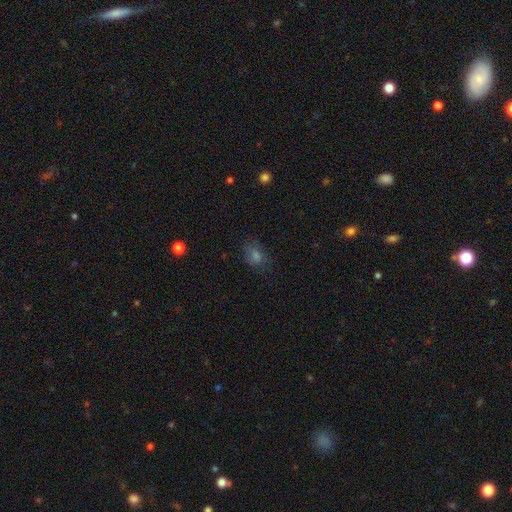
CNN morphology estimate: smooth-or-featured: smooth: 56% | star or artifact: 26% | featured or disk: 18%
  how-rounded: in between: 65% | round: 32% | cigar-shaped: 2%
  merging: none: 69% | minor disturbance: 19% | major disturbance: 10% | merger: 2%